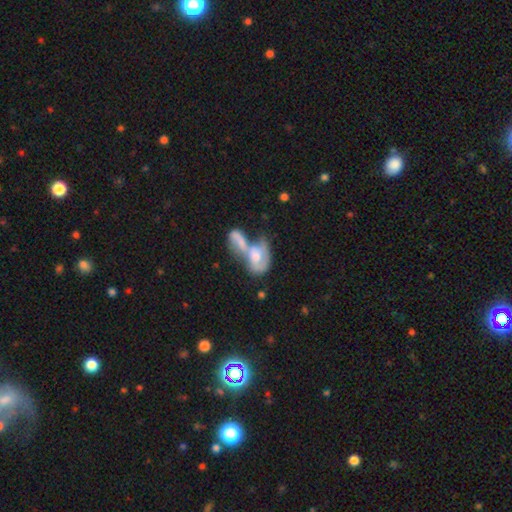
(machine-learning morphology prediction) Overall: smooth (50%; featured or disk 43%). Merging: merger (75%).